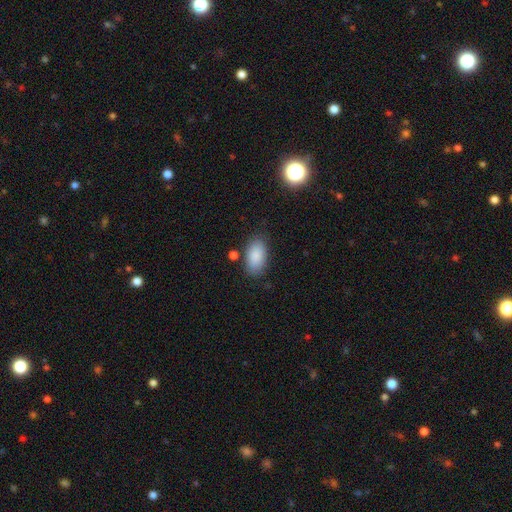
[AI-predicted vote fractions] smooth-or-featured: smooth: 88% | star or artifact: 7% | featured or disk: 6%
  how-rounded: in between: 93% | round: 4% | cigar-shaped: 2%
  merging: none: 79% | minor disturbance: 13% | merger: 4% | major disturbance: 4%